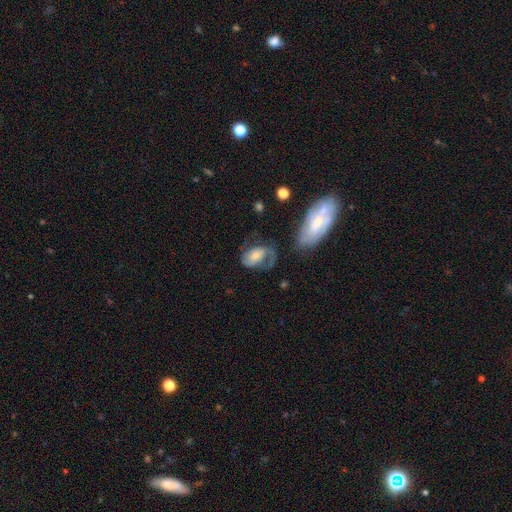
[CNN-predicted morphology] Smooth or featured? featured or disk (67%)
Edge-on disk? no (97%)
Bar? no (54%)
Spiral arms? yes (90%)
Spiral winding? medium (44%)
Spiral arm count? 2 (65%)
Bulge size? moderate (40%)
Merging? none (43%)